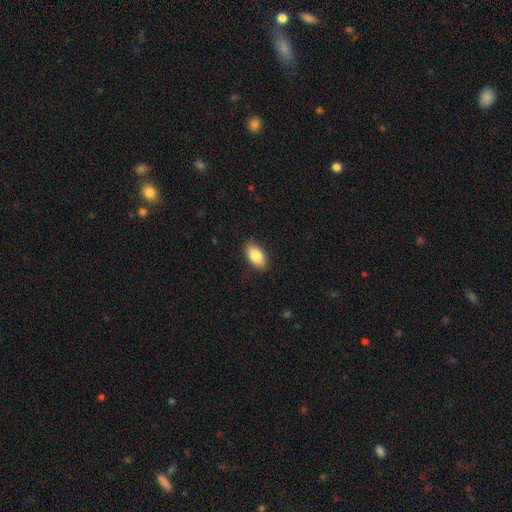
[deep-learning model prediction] The model was most divided on "smooth or featured": smooth: 85%, featured or disk: 9%, star or artifact: 7%. More confident: how rounded — in between (93%); merging — none (87%).